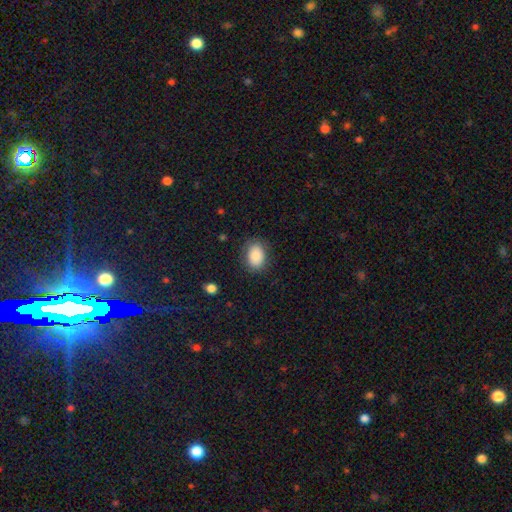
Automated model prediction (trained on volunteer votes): Smooth or featured? smooth (83%)
How rounded? in between (72%)
Merging? none (81%)